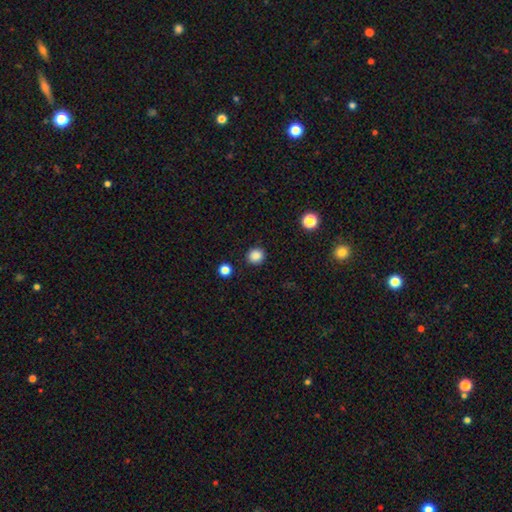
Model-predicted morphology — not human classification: smooth_or_featured: smooth (p=0.86) [alt: star or artifact p=0.11]
how_rounded: round (p=0.90) [alt: in between p=0.09]
merging: none (p=0.91) [alt: minor disturbance p=0.06]